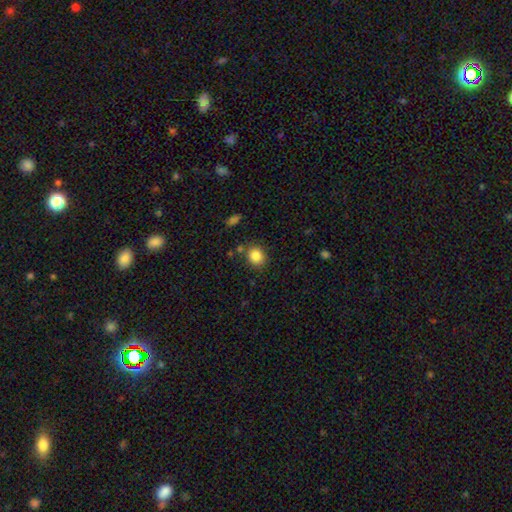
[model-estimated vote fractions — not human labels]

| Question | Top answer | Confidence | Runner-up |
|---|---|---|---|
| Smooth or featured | smooth | 85% | star or artifact (10%) |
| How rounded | round | 70% | in between (29%) |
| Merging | none | 81% | minor disturbance (10%) |